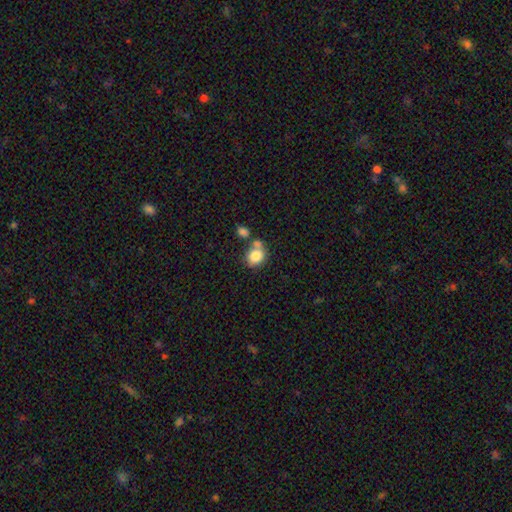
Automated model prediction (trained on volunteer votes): The model was most divided on "merging": none: 45%, merger: 36%, minor disturbance: 13%, major disturbance: 5%. More confident: smooth or featured — smooth (81%); how rounded — round (60%).